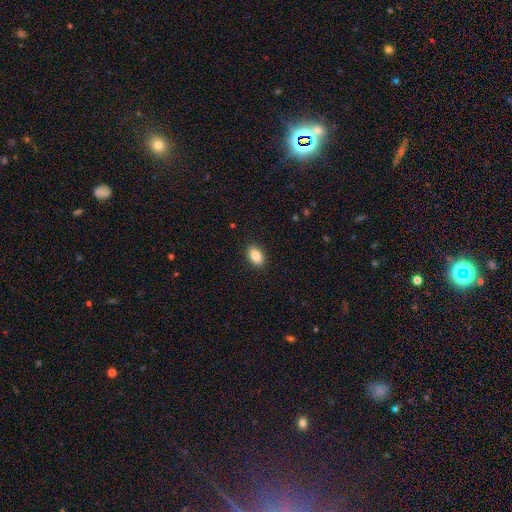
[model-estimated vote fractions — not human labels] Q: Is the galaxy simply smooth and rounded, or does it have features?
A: smooth — 85%.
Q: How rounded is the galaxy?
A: in between — 90%.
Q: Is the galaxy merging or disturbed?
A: none — 89%.